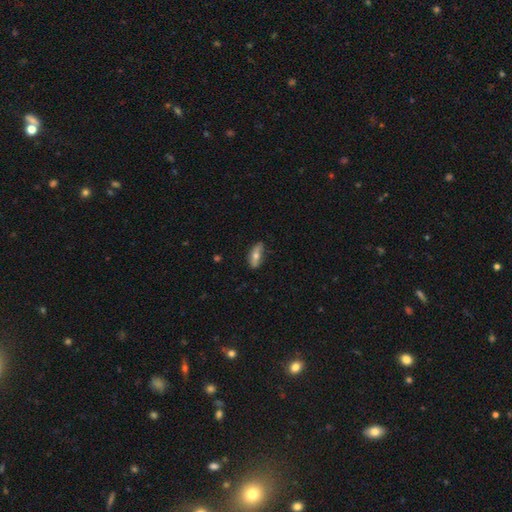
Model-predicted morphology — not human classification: Q: Smooth or featured?
A: smooth (58%); runner-up: featured or disk (35%)
Q: How rounded?
A: in between (65%); runner-up: cigar-shaped (31%)
Q: Merging?
A: none (73%); runner-up: minor disturbance (21%)